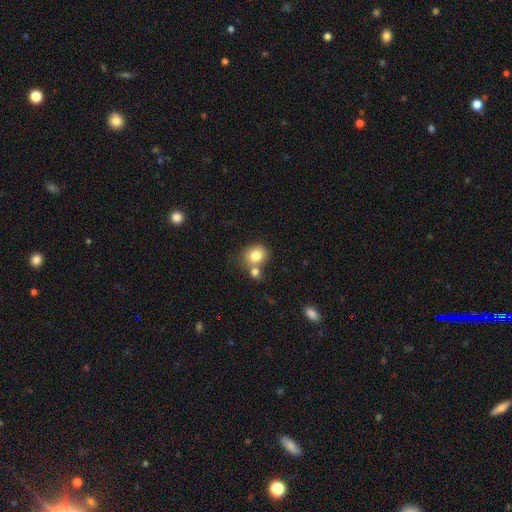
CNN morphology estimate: Q: Smooth or featured?
A: smooth (81%); runner-up: featured or disk (10%)
Q: How rounded?
A: round (62%); runner-up: in between (37%)
Q: Merging?
A: none (51%); runner-up: merger (34%)